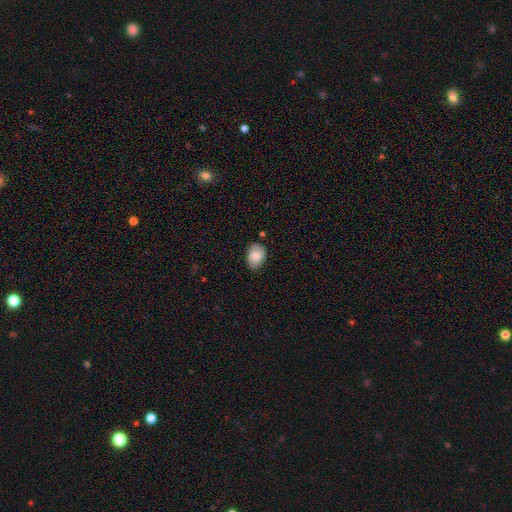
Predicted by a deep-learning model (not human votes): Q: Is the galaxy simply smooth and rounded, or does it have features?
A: smooth — 83%.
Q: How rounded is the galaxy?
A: in between — 78%.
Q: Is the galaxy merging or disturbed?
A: none — 77%.